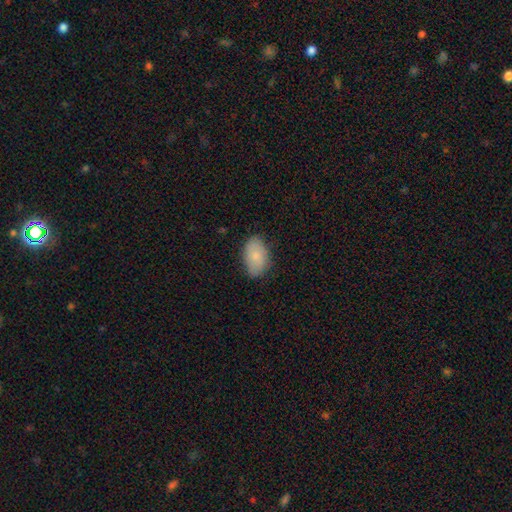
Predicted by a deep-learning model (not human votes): Smooth or featured? smooth (82%)
How rounded? in between (92%)
Merging? none (79%)